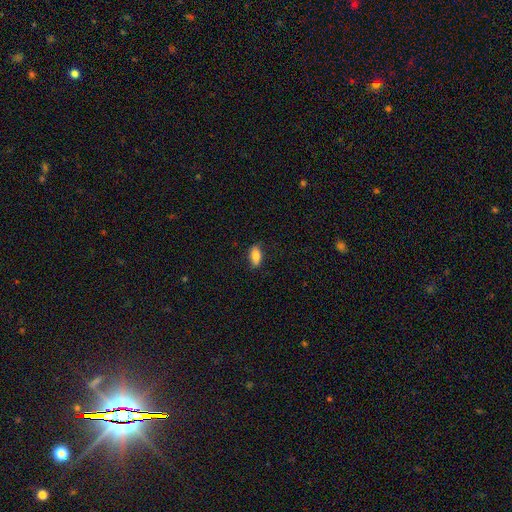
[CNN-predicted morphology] Overall: smooth (82%). How rounded: in between (85%). Merging: none (79%).